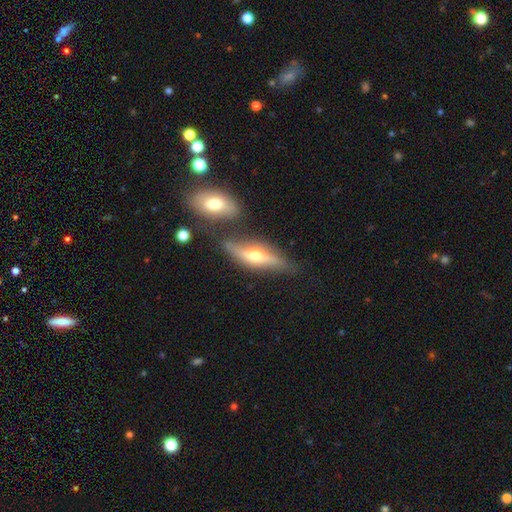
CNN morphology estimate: A featured or disk galaxy (64%) viewed edge-on (85%) with a rounded central bulge (92%).

Vote fractions:
- Smooth or featured? featured or disk: 64% / smooth: 30% / star or artifact: 7%
- Edge-on disk? yes: 85% / no: 15%
- Edge-on bulge? rounded: 92% / boxy: 5% / none: 4%
- Merging? none: 66% / minor disturbance: 17% / merger: 11% / major disturbance: 6%